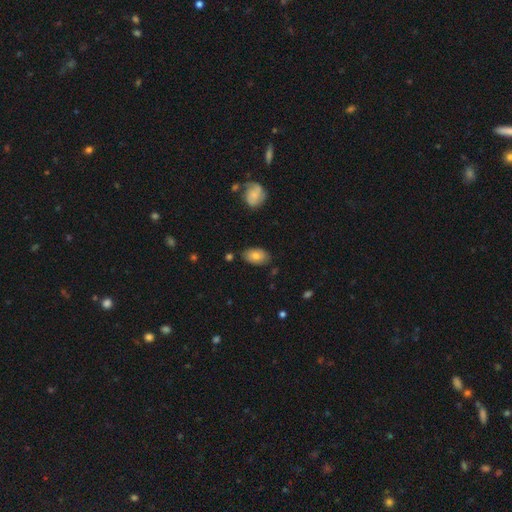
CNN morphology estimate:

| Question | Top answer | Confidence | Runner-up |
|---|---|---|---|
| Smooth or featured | smooth | 74% | featured or disk (19%) |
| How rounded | in between | 90% | round (8%) |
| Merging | none | 80% | minor disturbance (15%) |